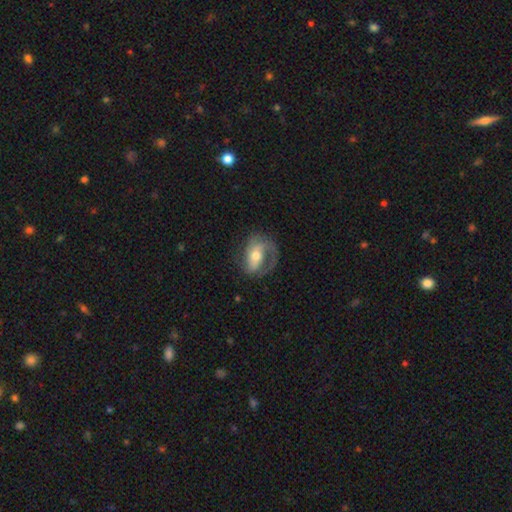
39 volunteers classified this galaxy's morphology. smooth-or-featured: featured or disk: 62% | smooth: 36% | star or artifact: 3%
  disk-edge-on: no: 92% | yes: 8%
    bar: no: 41% | weak: 36% | strong: 23%
    has-spiral-arms: yes: 59% | no: 41%
      spiral-winding: tight: 46% | medium: 31% | loose: 23%
      spiral-arm-count: 1: 77% | 2: 15% | 3: 8% | 4: 0% | more than 4: 0% | can't tell: 0%
    bulge-size: moderate: 59% | small: 32% | dominant: 5% | large: 5% | none: 0%
  merging: major disturbance: 47% | none: 37% | minor disturbance: 16% | merger: 0%